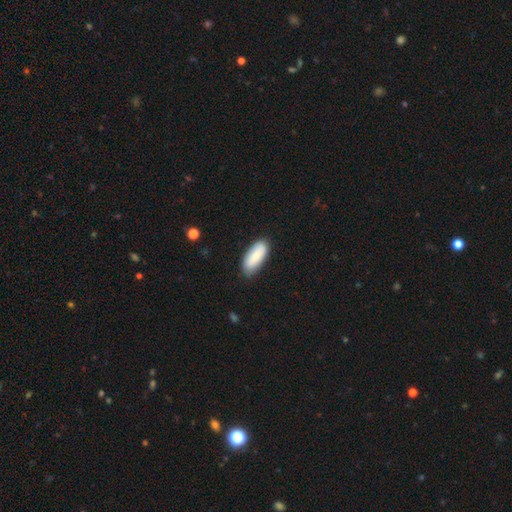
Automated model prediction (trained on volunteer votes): A smooth galaxy with no disk features (85%) that is in between round and cigar-shaped (83%). Merging: none (81%).